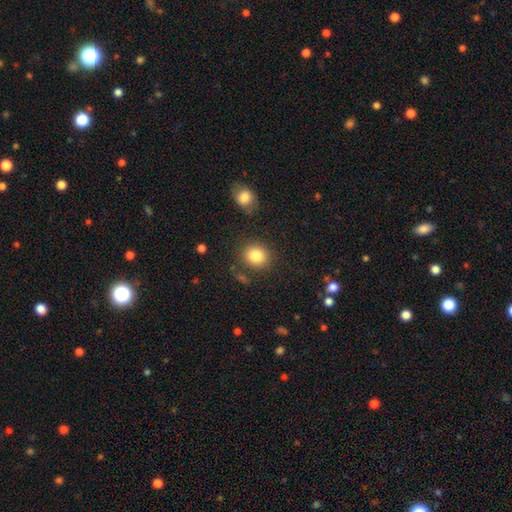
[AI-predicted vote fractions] Smooth or featured? Predicted: smooth (p=0.84). How rounded? Predicted: round (p=0.79). Merging? Predicted: none (p=0.82).